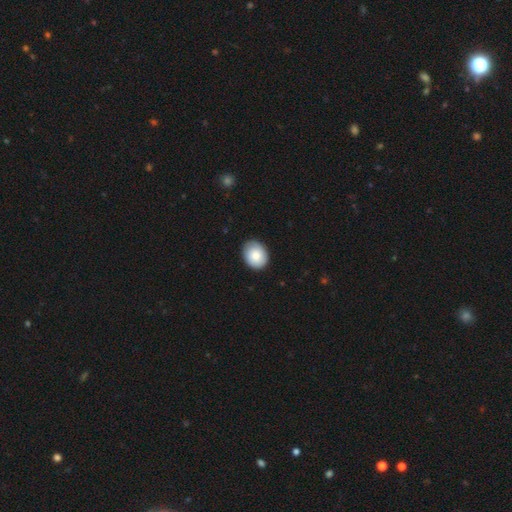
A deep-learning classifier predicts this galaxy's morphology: A smooth galaxy with no disk features (83%) that is in between round and cigar-shaped (51%). Merging: none (83%).